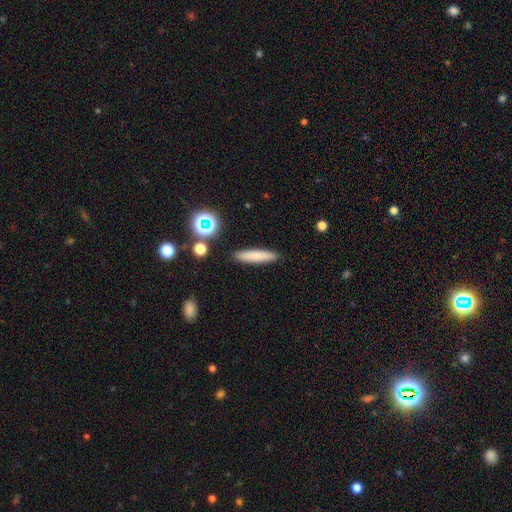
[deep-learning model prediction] This is likely a smooth galaxy (77%). How rounded: clearly cigar-shaped (88%). Merging: clearly none (90%).